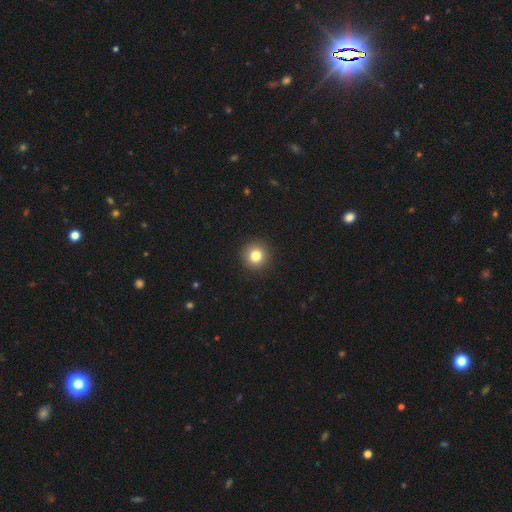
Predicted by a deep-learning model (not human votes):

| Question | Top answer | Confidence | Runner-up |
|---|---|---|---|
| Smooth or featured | smooth | 82% | star or artifact (11%) |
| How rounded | round | 94% | in between (5%) |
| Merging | none | 93% | minor disturbance (5%) |